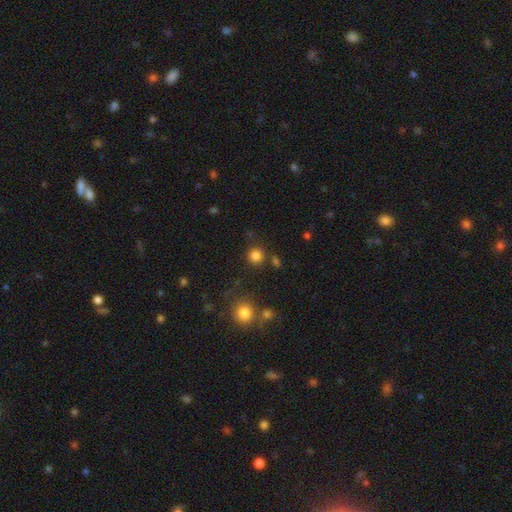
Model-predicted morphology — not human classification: This is clearly a smooth galaxy (82%). How rounded: clearly round (93%). Merging: clearly none (84%).